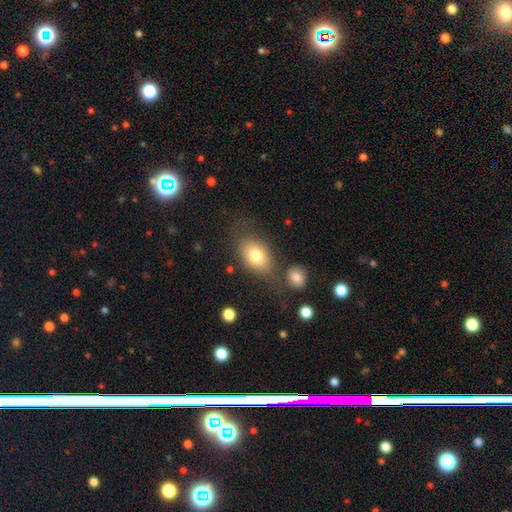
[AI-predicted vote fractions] smooth_or_featured: smooth (p=0.76) [alt: featured or disk p=0.15]
how_rounded: in between (p=0.78) [alt: round p=0.20]
merging: none (p=0.61) [alt: minor disturbance p=0.17]